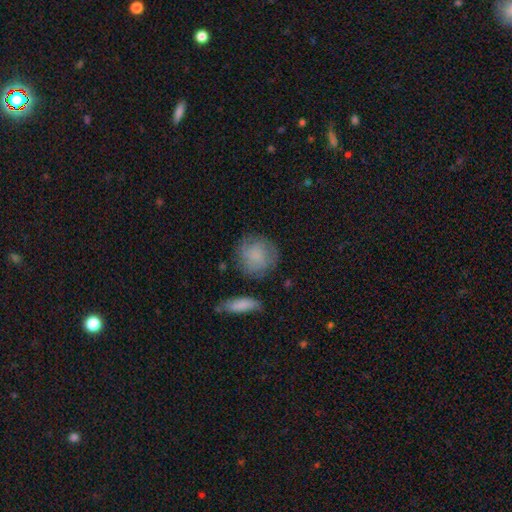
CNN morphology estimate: Smooth or featured? smooth (67%)
How rounded? round (85%)
Merging? none (70%)